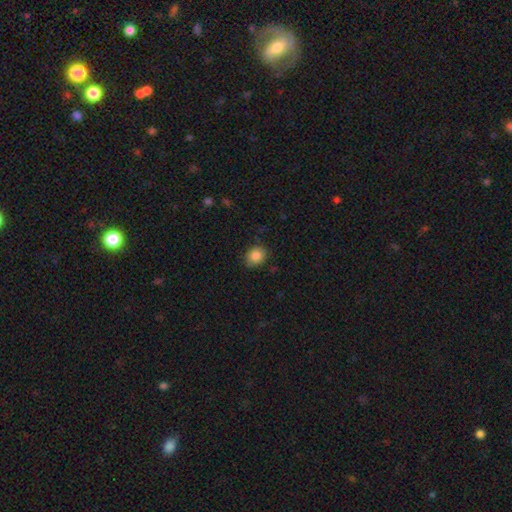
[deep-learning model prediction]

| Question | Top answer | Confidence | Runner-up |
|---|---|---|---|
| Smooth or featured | smooth | 86% | star or artifact (9%) |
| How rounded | round | 62% | in between (37%) |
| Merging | none | 82% | minor disturbance (14%) |